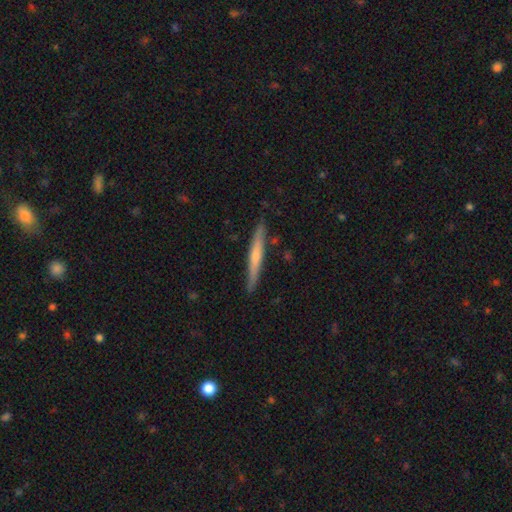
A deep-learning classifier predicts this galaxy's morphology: Smooth or featured? featured or disk (53%)
Edge-on disk? yes (97%)
Edge-on bulge? rounded (55%)
Merging? none (88%)